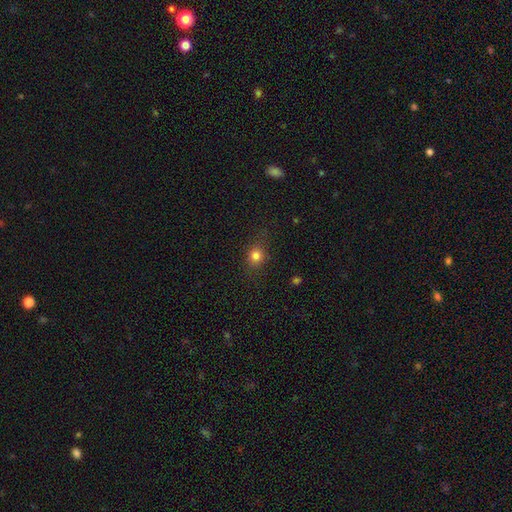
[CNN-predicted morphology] type=smooth (79%); roundness=round (77%); merging=none (82%).